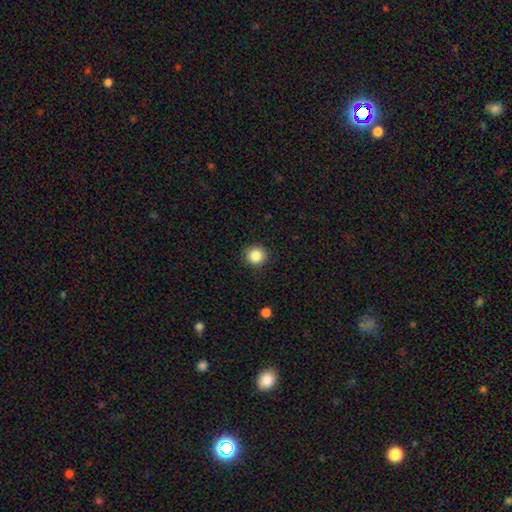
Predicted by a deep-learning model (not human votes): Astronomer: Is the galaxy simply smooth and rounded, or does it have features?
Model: smooth — 86%.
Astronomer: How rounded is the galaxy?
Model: round — 92%.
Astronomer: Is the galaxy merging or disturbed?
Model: none — 90%.